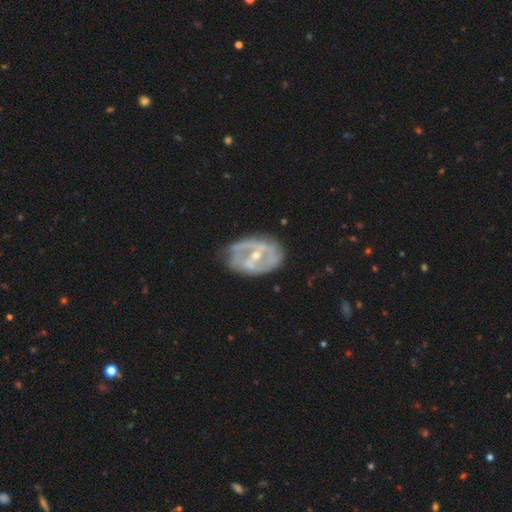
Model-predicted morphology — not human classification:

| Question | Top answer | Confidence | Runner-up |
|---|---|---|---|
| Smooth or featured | featured or disk | 84% | smooth (10%) |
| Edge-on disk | no | 96% | yes (4%) |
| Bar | strong | 39% | weak (38%) |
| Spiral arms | yes | 80% | no (20%) |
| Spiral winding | medium | 43% | tight (34%) |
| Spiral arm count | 2 | 67% | can't tell (18%) |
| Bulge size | small | 53% | moderate (45%) |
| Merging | none | 63% | minor disturbance (24%) |